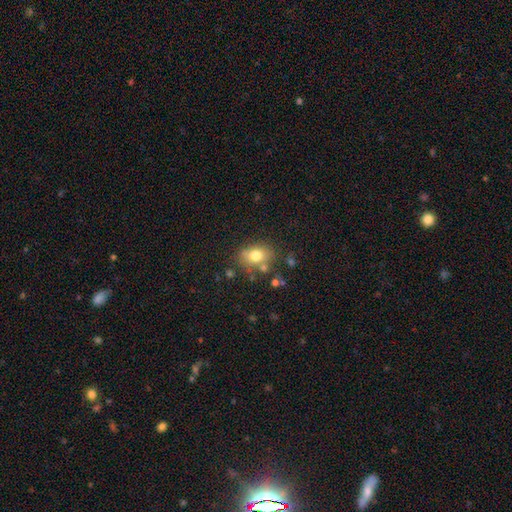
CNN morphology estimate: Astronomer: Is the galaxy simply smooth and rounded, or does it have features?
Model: smooth — 75%.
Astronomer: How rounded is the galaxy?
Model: in between — 68%.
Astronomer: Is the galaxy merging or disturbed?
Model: none — 68%.